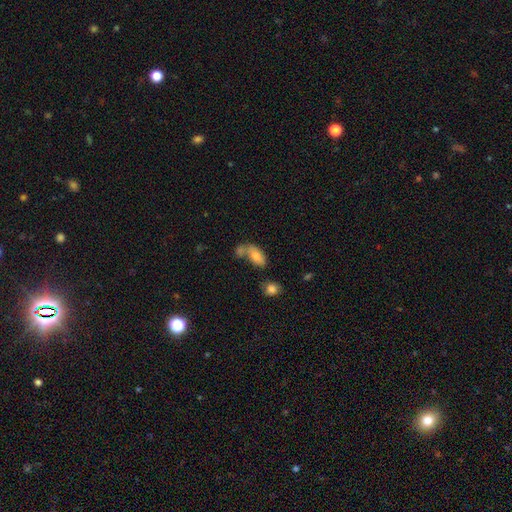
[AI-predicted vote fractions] Smooth or featured? Predicted: smooth (p=0.74). How rounded? Predicted: in between (p=0.88). Merging? Predicted: merger (p=0.40).